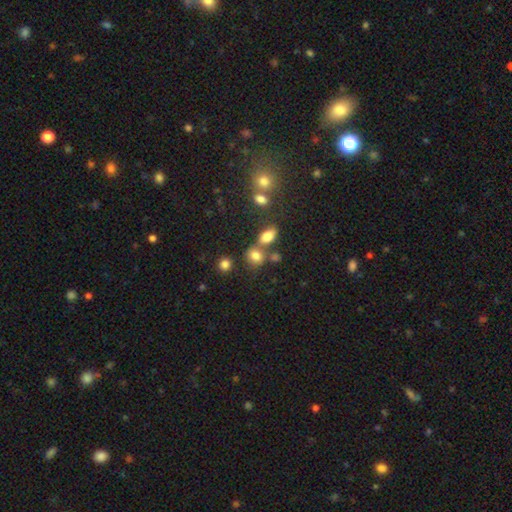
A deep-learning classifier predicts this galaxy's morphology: smooth 77%, star or artifact 14%, featured or disk 8%. Down the decision tree: how rounded — round (54%); merging — none (52%).